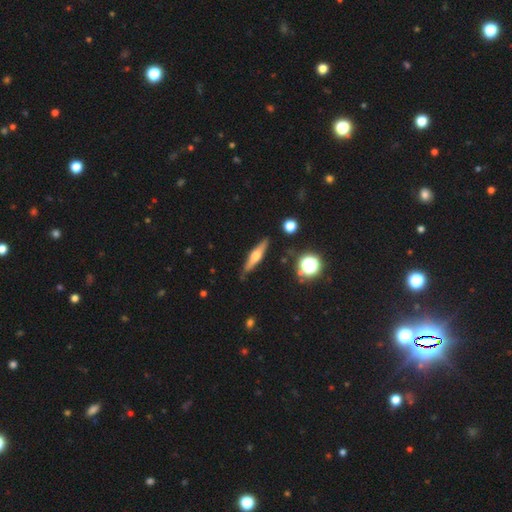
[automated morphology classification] Q: Smooth or featured?
A: featured or disk (57%); runner-up: smooth (36%)
Q: Edge-on disk?
A: yes (94%); runner-up: no (6%)
Q: Edge-on bulge?
A: rounded (91%); runner-up: boxy (5%)
Q: Merging?
A: none (86%); runner-up: minor disturbance (10%)